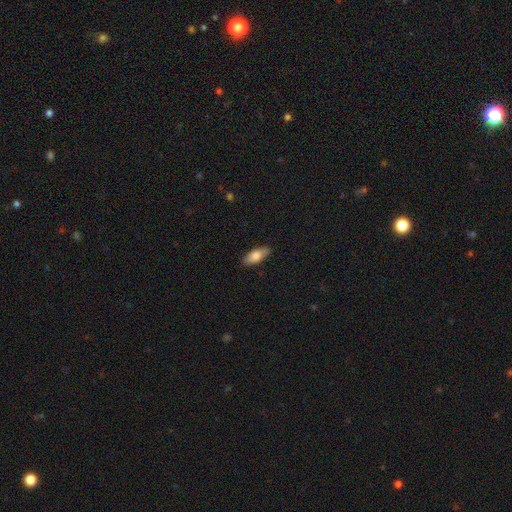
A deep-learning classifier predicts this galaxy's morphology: Smooth or featured: smooth — 77% (featured or disk — 17%)
How rounded: in between — 79% (cigar-shaped — 18%)
Merging: none — 86% (minor disturbance — 11%)